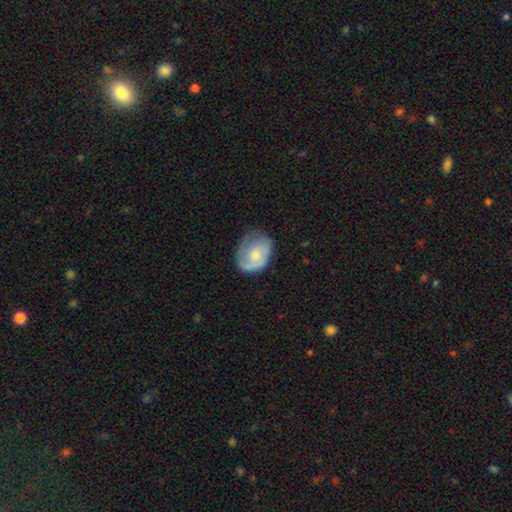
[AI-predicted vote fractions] smooth-or-featured: featured or disk: 48% | smooth: 46% | star or artifact: 6%
  merging: none: 56% | minor disturbance: 29% | major disturbance: 14% | merger: 2%